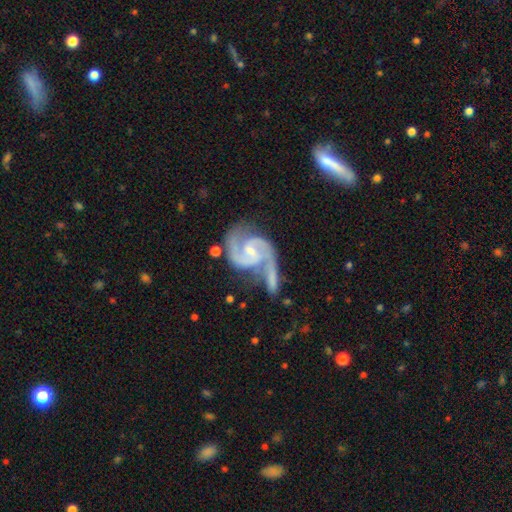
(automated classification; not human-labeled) featured or disk 93%, star or artifact 4%, smooth 3%. Down the decision tree: edge-on disk — no (98%); bar — weak (43%); spiral arms — yes (99%); spiral arm count — 2 (91%); spiral winding — medium (60%); bulge size — small (66%); merging — none (44%).